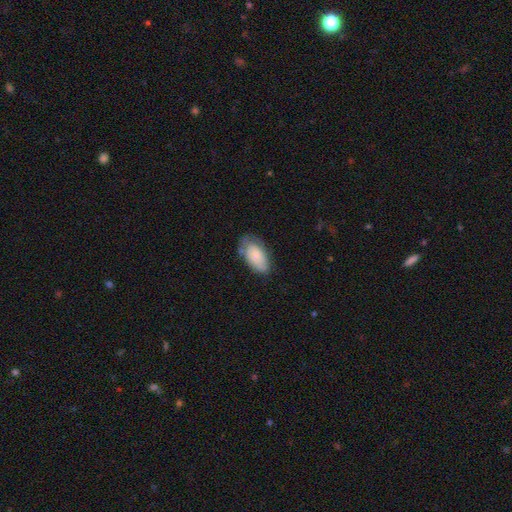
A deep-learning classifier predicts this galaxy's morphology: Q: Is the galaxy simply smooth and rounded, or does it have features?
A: smooth — 70%.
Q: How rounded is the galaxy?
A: in between — 94%.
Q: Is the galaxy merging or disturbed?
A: none — 59%.